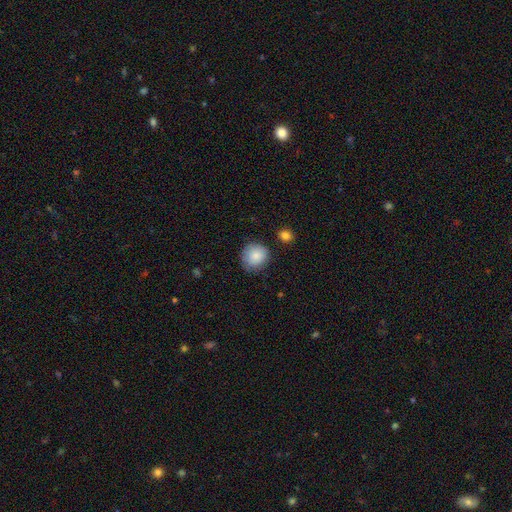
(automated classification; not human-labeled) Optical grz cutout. It shows a smooth galaxy with no disk features (87%) that is round (88%). Merging: none (78%).